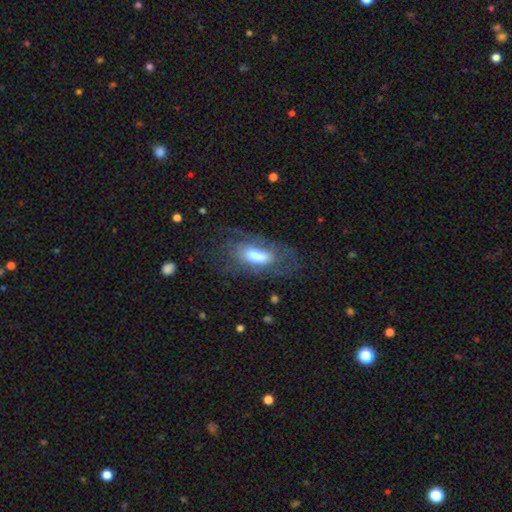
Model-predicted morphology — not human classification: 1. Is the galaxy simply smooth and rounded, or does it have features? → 49% featured or disk, 42% smooth, 9% star or artifact.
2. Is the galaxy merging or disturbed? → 52% none, 23% major disturbance, 22% minor disturbance, 2% merger.